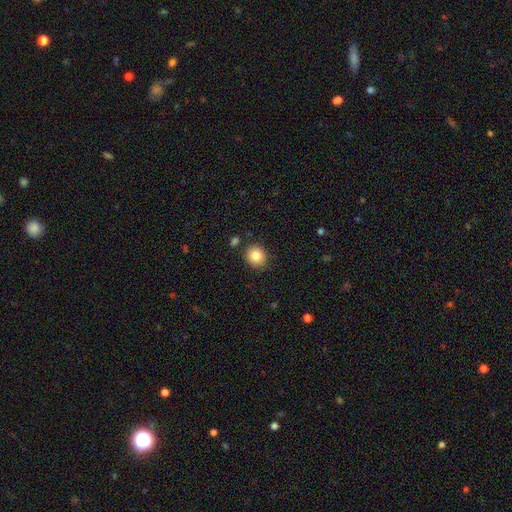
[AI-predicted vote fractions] The model was most divided on "how rounded": round: 82%, in between: 18%, cigar-shaped: 1%. More confident: merging — none (86%); smooth or featured — smooth (83%).